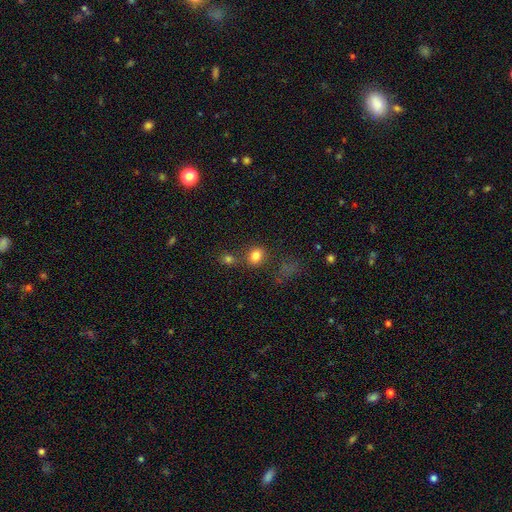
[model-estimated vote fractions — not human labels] Smooth or featured? Predicted: smooth (p=0.79). How rounded? Predicted: round (p=0.54). Merging? Predicted: none (p=0.59).